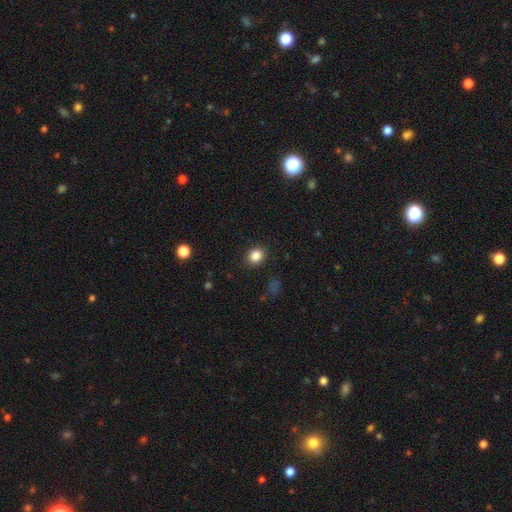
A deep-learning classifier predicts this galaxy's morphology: Q: Smooth or featured?
A: smooth (85%); runner-up: star or artifact (11%)
Q: How rounded?
A: round (70%); runner-up: in between (30%)
Q: Merging?
A: none (89%); runner-up: minor disturbance (7%)